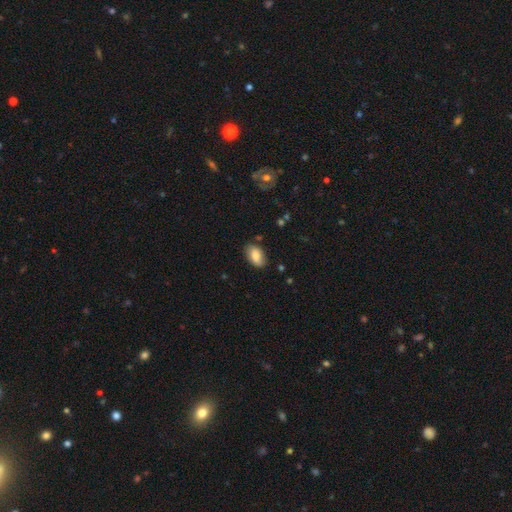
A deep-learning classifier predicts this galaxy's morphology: Overall: smooth (81%). How rounded: in between (93%). Merging: none (80%).